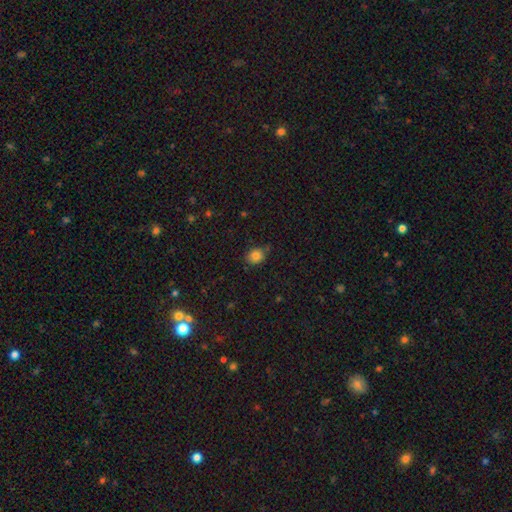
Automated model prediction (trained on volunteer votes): Morphology: type=smooth (82%); roundness=round (66%); merging=none (71%).